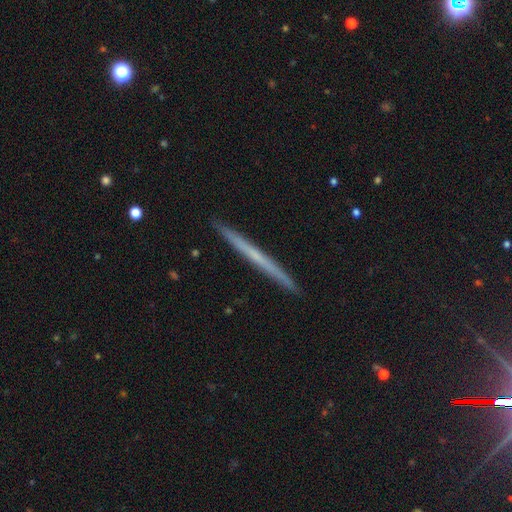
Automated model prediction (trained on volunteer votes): Q: Smooth or featured?
A: featured or disk (55%); runner-up: smooth (39%)
Q: Edge-on disk?
A: yes (98%); runner-up: no (2%)
Q: Edge-on bulge?
A: none (87%); runner-up: rounded (10%)
Q: Merging?
A: none (93%); runner-up: minor disturbance (5%)